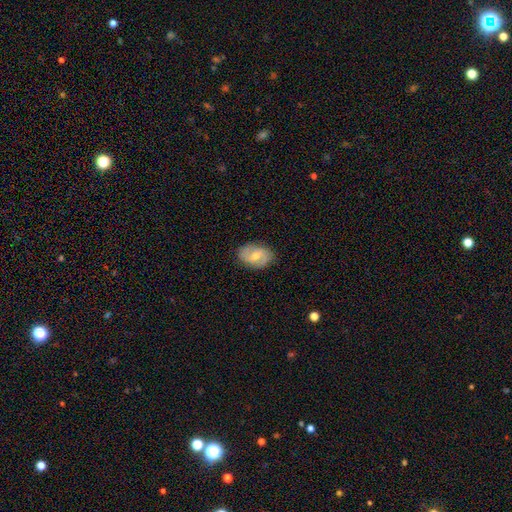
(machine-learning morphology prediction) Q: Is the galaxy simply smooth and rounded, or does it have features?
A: featured or disk — 62%.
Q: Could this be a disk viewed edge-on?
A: no — 95%.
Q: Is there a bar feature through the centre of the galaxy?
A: weak — 46%.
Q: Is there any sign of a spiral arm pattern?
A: yes — 81%.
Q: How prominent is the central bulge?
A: moderate — 63%.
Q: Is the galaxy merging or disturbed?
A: none — 84%.